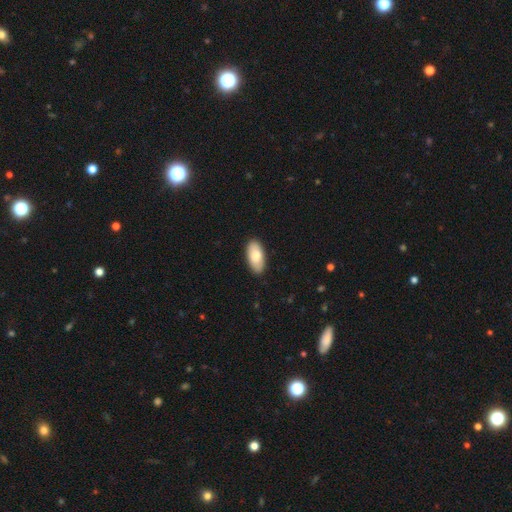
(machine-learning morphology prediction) Smooth or featured? smooth (81%)
How rounded? in between (92%)
Merging? none (89%)